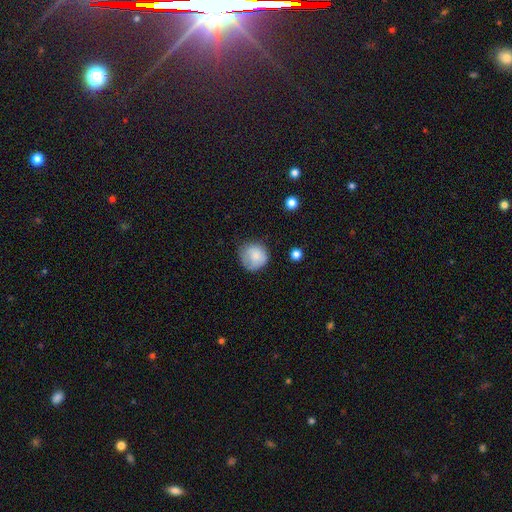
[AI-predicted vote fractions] Smooth or featured?
  - smooth: 78% *
  - featured or disk: 15%
  - star or artifact: 8%
How rounded?
  - round: 89% *
  - in between: 10%
  - cigar-shaped: 1%
Merging?
  - none: 66% *
  - minor disturbance: 24%
  - major disturbance: 8%
  - merger: 2%